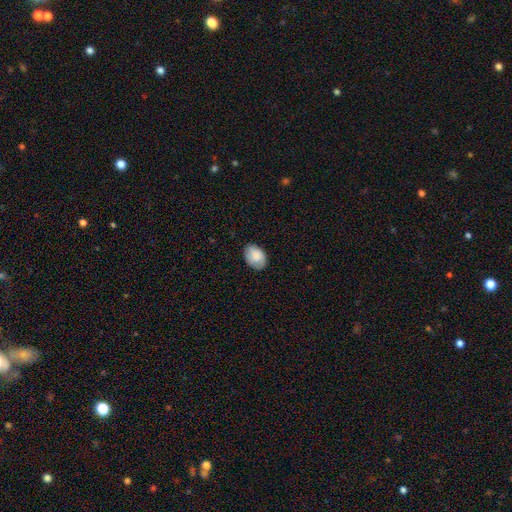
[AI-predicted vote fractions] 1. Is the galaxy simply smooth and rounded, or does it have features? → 84% smooth, 9% featured or disk, 7% star or artifact.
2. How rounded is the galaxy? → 81% in between, 18% round, 1% cigar-shaped.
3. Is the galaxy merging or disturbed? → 78% none, 18% minor disturbance, 3% major disturbance, 1% merger.